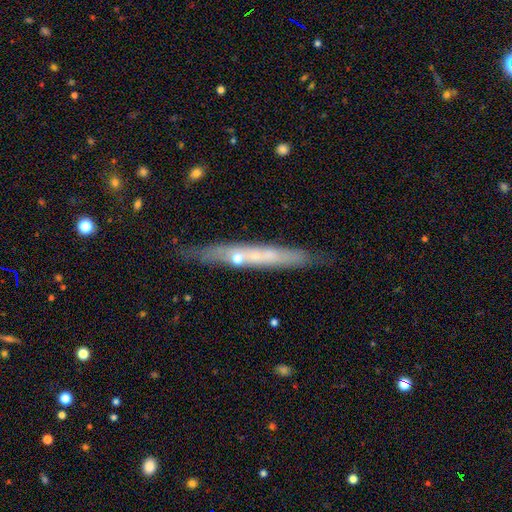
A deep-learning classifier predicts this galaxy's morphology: This is possibly a featured or disk galaxy (55%). It is clearly viewed edge-on (84%). Merging: likely none (77%).